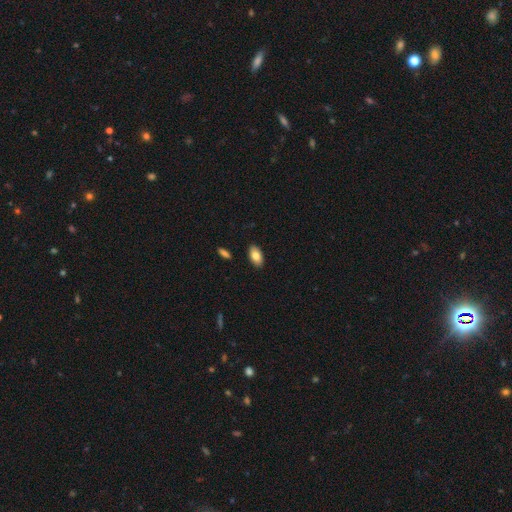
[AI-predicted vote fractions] A smooth galaxy with no disk features (82%) that is in between round and cigar-shaped (94%). Merging: none (89%).